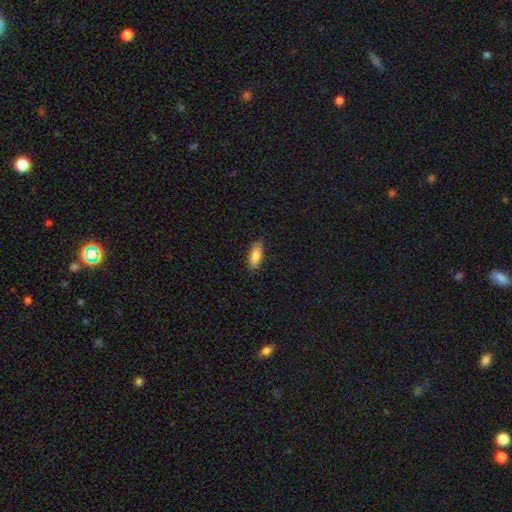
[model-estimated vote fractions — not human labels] smooth 81%, featured or disk 12%, star or artifact 7%. Down the decision tree: how rounded — in between (74%); merging — none (84%).